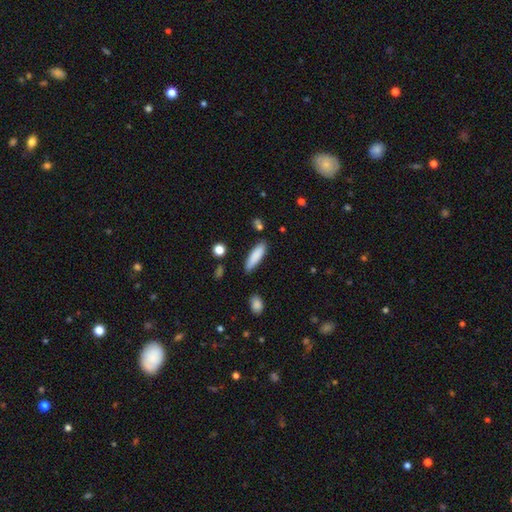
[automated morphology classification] This is clearly a smooth galaxy (85%). How rounded: likely cigar-shaped (62%). Merging: clearly none (81%).